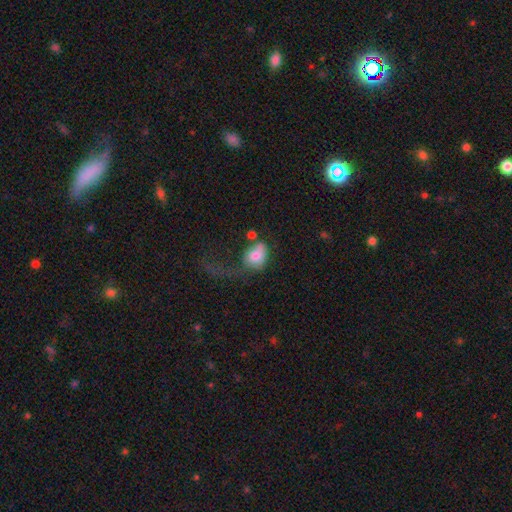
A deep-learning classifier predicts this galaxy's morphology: Overall: smooth (74%). How rounded: in between (61%; round 38%). Merging: major disturbance (44%; none 21%).